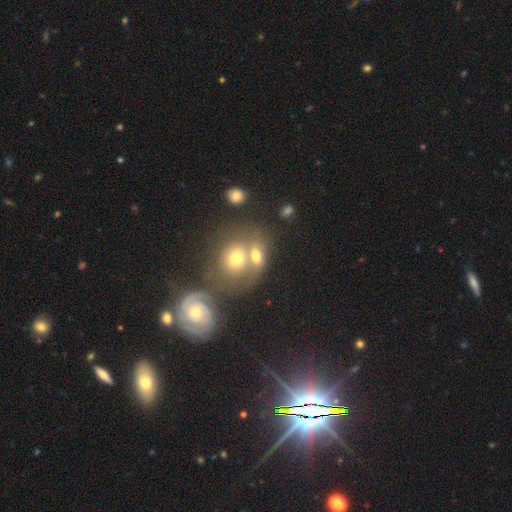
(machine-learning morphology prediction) A smooth galaxy with no disk features (63%) that is in between round and cigar-shaped (51%). Merging: merger (52%).